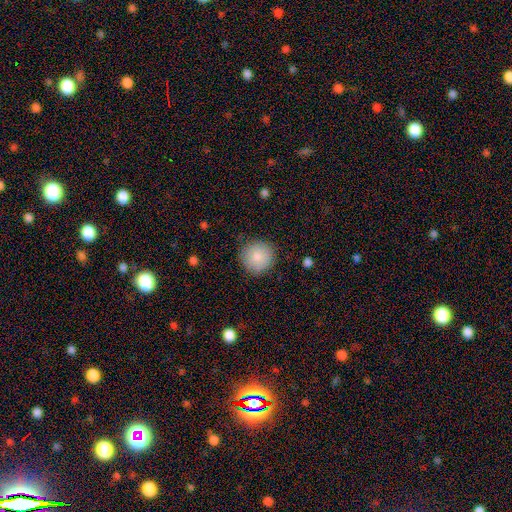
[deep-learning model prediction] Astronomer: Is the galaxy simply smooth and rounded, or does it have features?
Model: smooth — 85%.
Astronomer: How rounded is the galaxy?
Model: round — 94%.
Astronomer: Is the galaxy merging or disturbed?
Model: none — 87%.